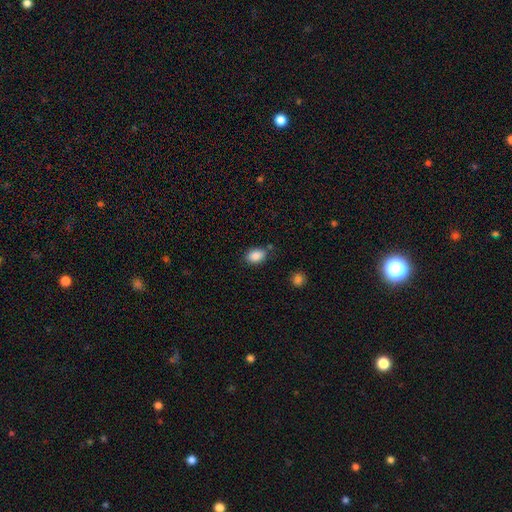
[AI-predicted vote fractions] A smooth galaxy with no disk features (88%) that is in between round and cigar-shaped (83%).

Vote fractions:
- Smooth or featured? smooth: 88% / star or artifact: 8% / featured or disk: 4%
- How rounded? in between: 83% / round: 16% / cigar-shaped: 1%
- Merging? none: 74% / minor disturbance: 17% / merger: 5% / major disturbance: 4%